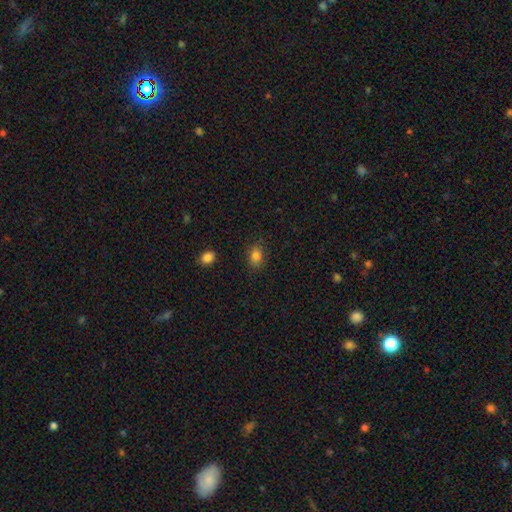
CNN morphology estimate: smooth-or-featured: smooth: 83% | star or artifact: 12% | featured or disk: 6%
  how-rounded: in between: 67% | round: 32% | cigar-shaped: 1%
  merging: none: 83% | minor disturbance: 12% | major disturbance: 3% | merger: 2%